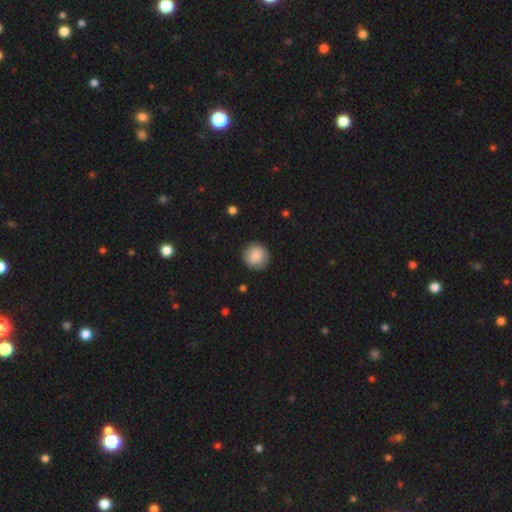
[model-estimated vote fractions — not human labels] Smooth or featured: smooth — 87% (star or artifact — 7%)
How rounded: round — 94% (in between — 5%)
Merging: none — 89% (minor disturbance — 8%)